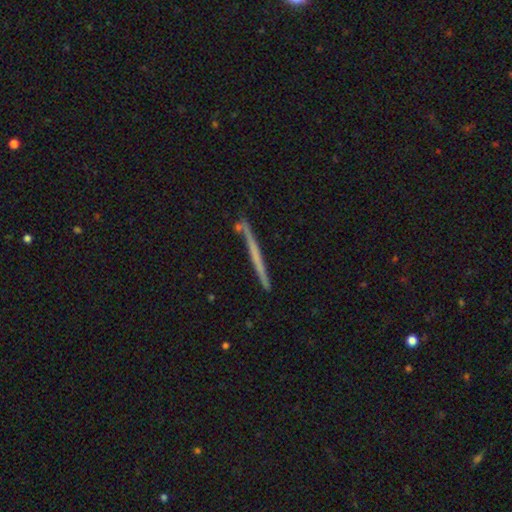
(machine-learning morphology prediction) A featured or disk galaxy (56%) viewed edge-on (97%) with no central bulge (87%).

Vote fractions:
- Smooth or featured? featured or disk: 56% / smooth: 38% / star or artifact: 6%
- Edge-on disk? yes: 97% / no: 3%
- Edge-on bulge? none: 87% / rounded: 9% / boxy: 4%
- Merging? none: 85% / minor disturbance: 9% / merger: 3% / major disturbance: 2%